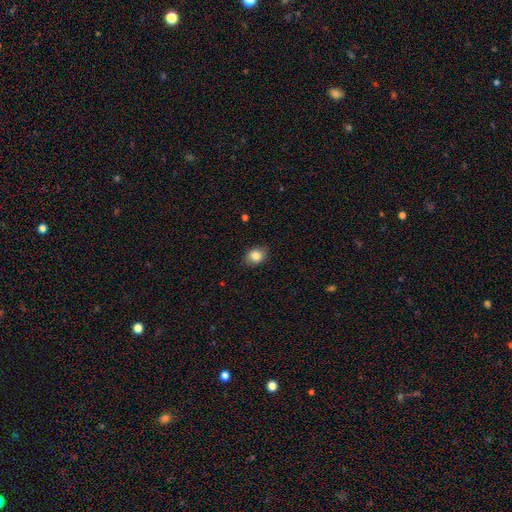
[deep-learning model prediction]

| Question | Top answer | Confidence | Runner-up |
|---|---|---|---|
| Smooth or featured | smooth | 84% | star or artifact (9%) |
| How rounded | in between | 55% | round (44%) |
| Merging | none | 84% | minor disturbance (12%) |